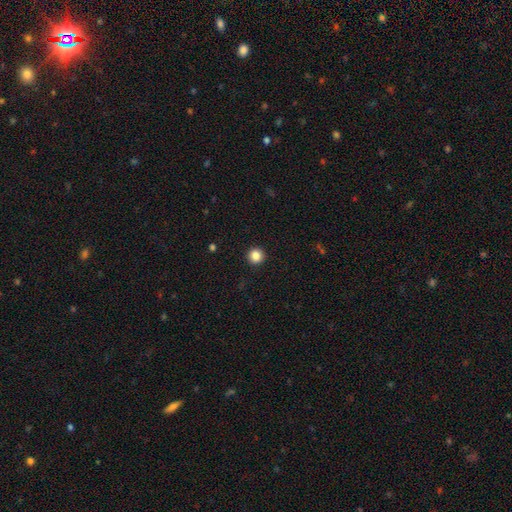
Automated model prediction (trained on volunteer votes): Smooth or featured? Predicted: smooth (p=0.86). How rounded? Predicted: round (p=0.95). Merging? Predicted: none (p=0.93).